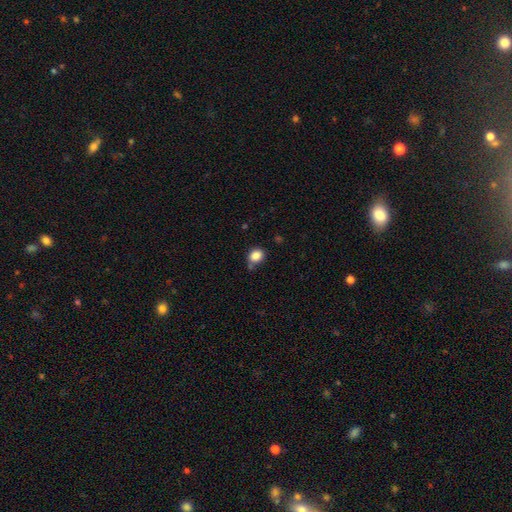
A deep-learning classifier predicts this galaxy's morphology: A smooth galaxy with no disk features (86%) that is round (62%). Merging: none (71%).